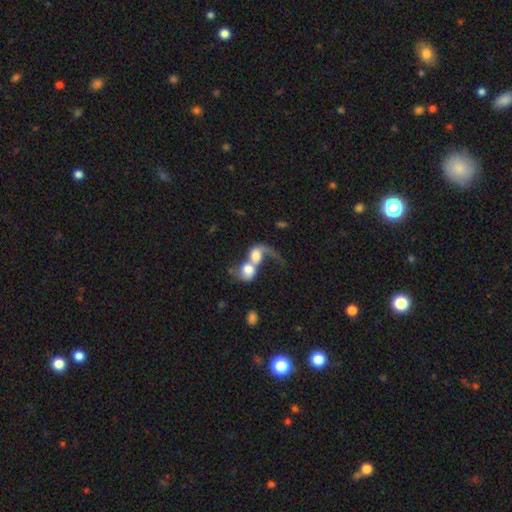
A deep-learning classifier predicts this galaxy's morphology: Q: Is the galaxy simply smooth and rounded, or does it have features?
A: smooth — 46%, tied with featured or disk.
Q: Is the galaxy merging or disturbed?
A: merger — 82%.